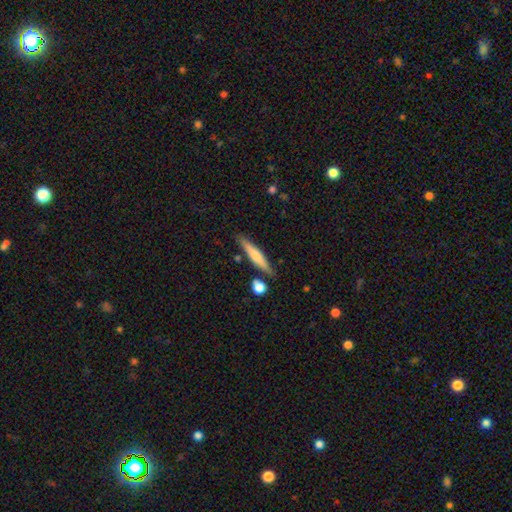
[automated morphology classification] This appears to be a smooth galaxy with no disk features (55%) that is cigar-shaped (87%). Merging: none (78%).